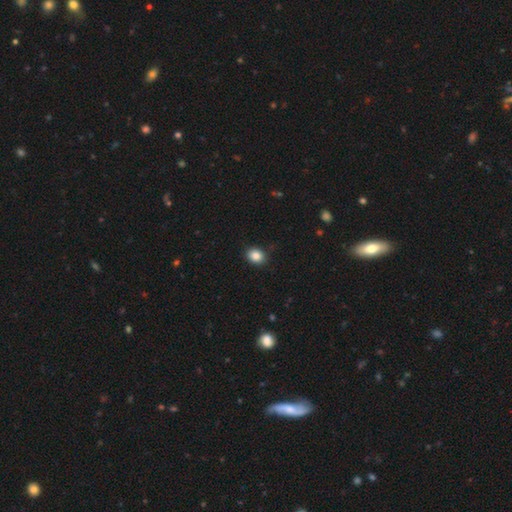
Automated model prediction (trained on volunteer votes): Smooth or featured: smooth — 87% (star or artifact — 9%)
How rounded: in between — 50% (round — 49%)
Merging: none — 89% (minor disturbance — 8%)